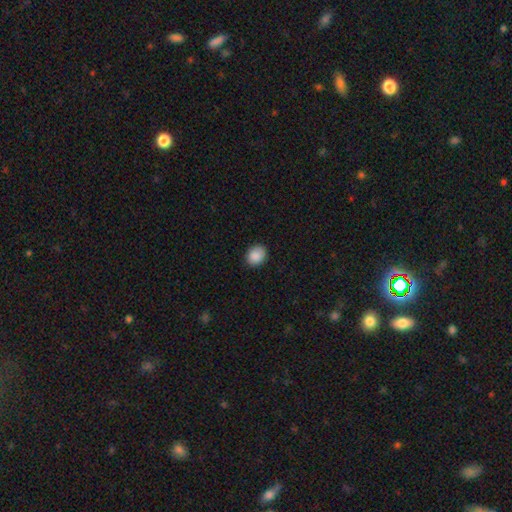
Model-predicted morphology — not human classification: Smooth or featured? smooth (88%)
How rounded? round (61%)
Merging? none (86%)